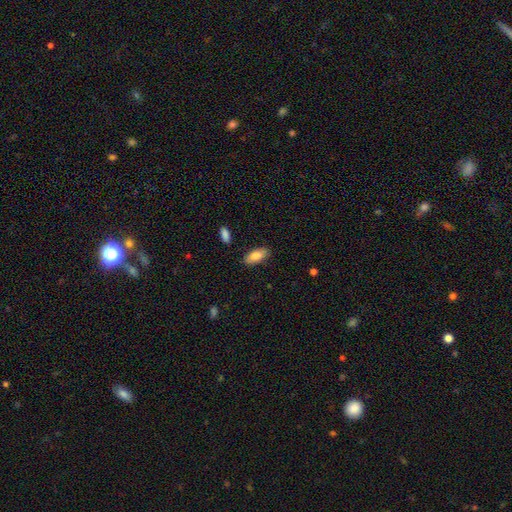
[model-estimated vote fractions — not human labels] This is clearly a smooth galaxy (82%). How rounded: clearly in between (86%). Merging: clearly none (85%).